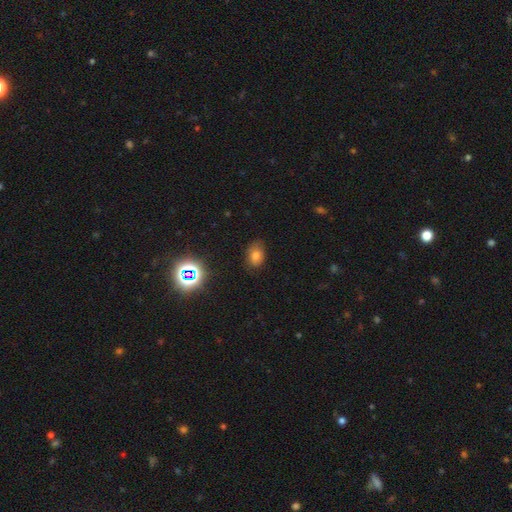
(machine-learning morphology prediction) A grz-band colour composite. It shows a smooth galaxy with no disk features (74%) that is in between round and cigar-shaped (79%). Merging: none (77%).